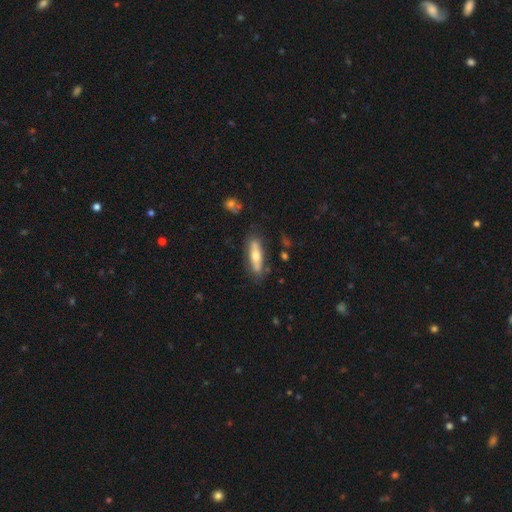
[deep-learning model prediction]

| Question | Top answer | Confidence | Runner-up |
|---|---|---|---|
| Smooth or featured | smooth | 49% | featured or disk (44%) |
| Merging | none | 75% | minor disturbance (17%) |